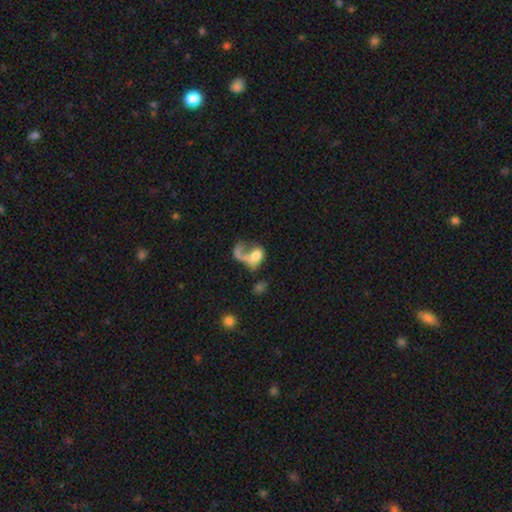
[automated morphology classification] This is possibly a smooth galaxy (48%). Merging: marginally major disturbance (44%).